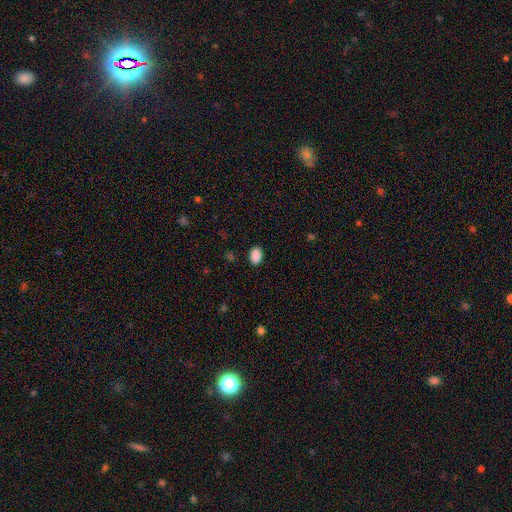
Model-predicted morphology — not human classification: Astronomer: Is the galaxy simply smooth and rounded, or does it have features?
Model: smooth — 89%.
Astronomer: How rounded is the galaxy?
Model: in between — 82%.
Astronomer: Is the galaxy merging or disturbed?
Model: none — 87%.